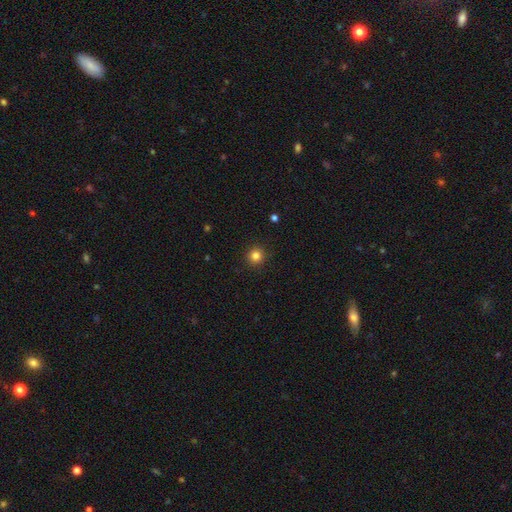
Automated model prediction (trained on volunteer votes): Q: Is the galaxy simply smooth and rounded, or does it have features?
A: smooth — 83%.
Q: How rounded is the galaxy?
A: round — 94%.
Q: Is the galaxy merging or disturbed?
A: none — 92%.